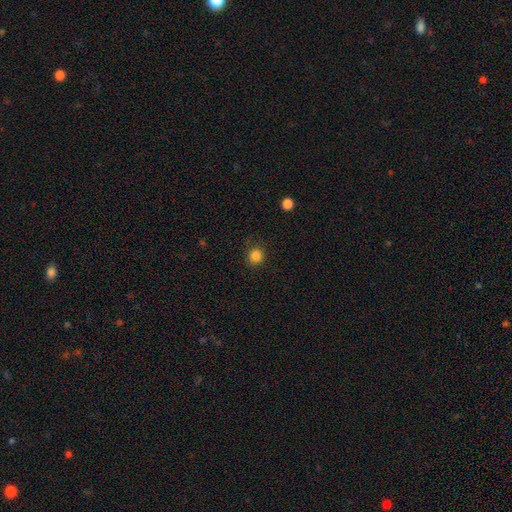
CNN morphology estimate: This appears to be a smooth galaxy with no disk features (84%) that is round (90%). Merging: none (87%).